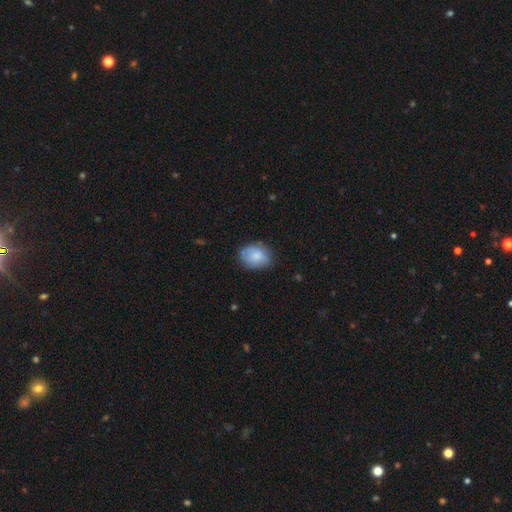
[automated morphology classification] Smooth or featured: smooth — 80% (featured or disk — 13%)
How rounded: in between — 64% (round — 35%)
Merging: none — 73% (minor disturbance — 21%)